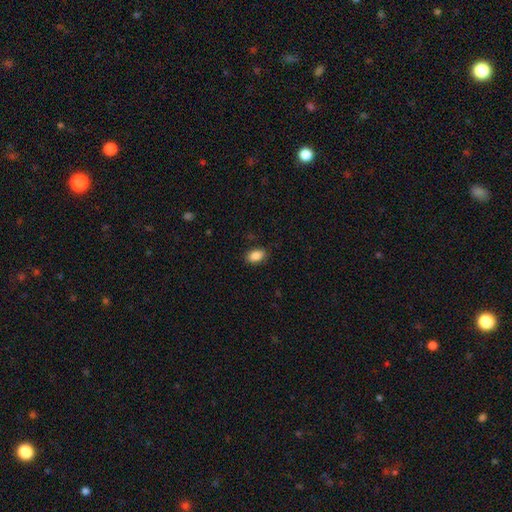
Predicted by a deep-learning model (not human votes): Q: Smooth or featured?
A: smooth (88%); runner-up: star or artifact (8%)
Q: How rounded?
A: in between (88%); runner-up: round (10%)
Q: Merging?
A: none (85%); runner-up: minor disturbance (11%)